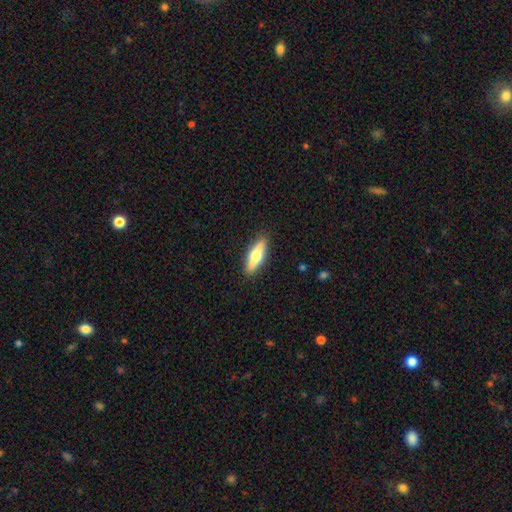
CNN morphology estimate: A smooth galaxy with no disk features (52%) that is cigar-shaped (59%).

Vote fractions:
- Smooth or featured? smooth: 52% / featured or disk: 42% / star or artifact: 6%
- How rounded? cigar-shaped: 59% / in between: 39% / round: 2%
- Merging? none: 89% / minor disturbance: 8% / major disturbance: 2% / merger: 1%